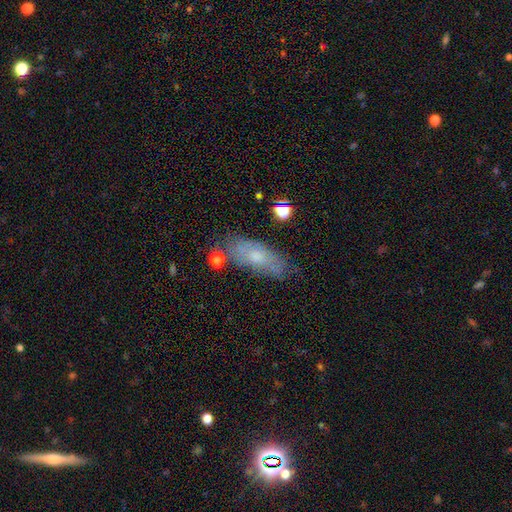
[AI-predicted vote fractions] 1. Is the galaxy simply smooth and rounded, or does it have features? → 52% smooth, 36% featured or disk, 12% star or artifact.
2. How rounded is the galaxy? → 72% in between, 24% cigar-shaped, 5% round.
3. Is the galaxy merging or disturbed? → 72% none, 19% minor disturbance, 5% major disturbance, 4% merger.